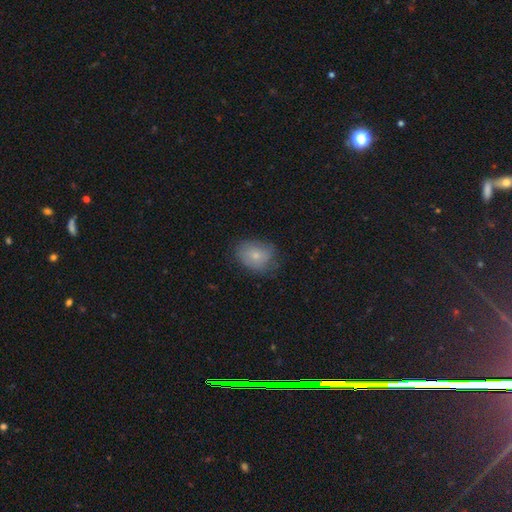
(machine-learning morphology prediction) A smooth galaxy with no disk features (72%) that is in between round and cigar-shaped (61%). Merging: none (64%).